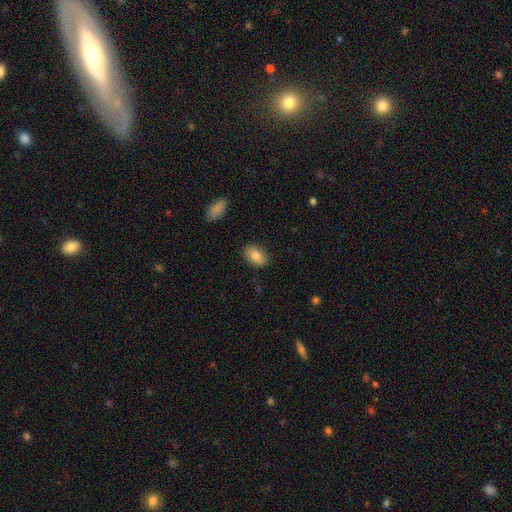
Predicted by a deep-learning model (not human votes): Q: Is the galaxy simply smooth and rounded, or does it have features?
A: smooth — 83%.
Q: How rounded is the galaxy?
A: in between — 90%.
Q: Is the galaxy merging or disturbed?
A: none — 86%.